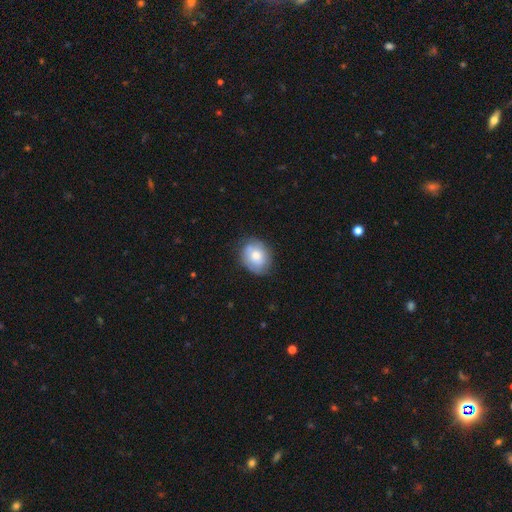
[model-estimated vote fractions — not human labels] This is likely a smooth galaxy (71%). How rounded: possibly round (56%). Merging: likely none (72%).